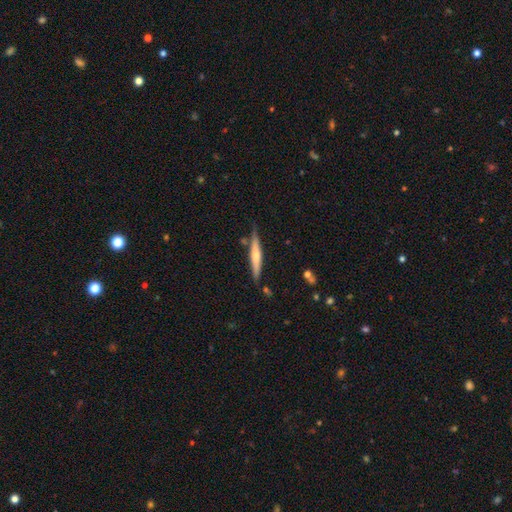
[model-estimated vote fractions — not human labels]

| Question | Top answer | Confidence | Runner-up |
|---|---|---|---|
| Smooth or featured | featured or disk | 51% | smooth (44%) |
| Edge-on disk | yes | 95% | no (5%) |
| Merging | none | 77% | minor disturbance (15%) |